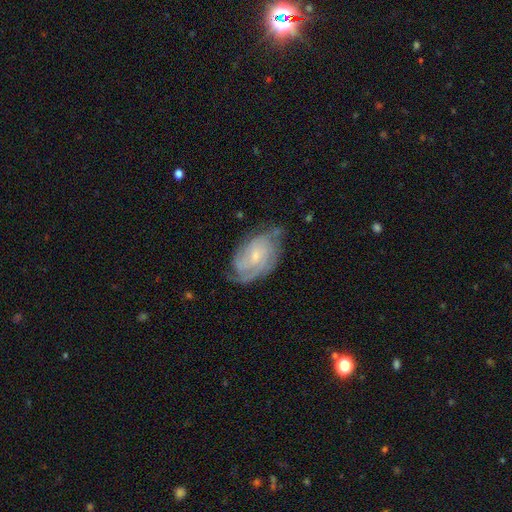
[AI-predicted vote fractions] The model was most divided on "spiral arm count": can't tell: 28%, 3: 27%, 2: 24%, 4: 11%, 1: 5%, more than 4: 5%. More confident: edge-on disk — no (97%); spiral arms — yes (95%); smooth or featured — featured or disk (82%); bulge size — small (69%); merging — none (67%); bar — no (66%); spiral winding — tight (62%).